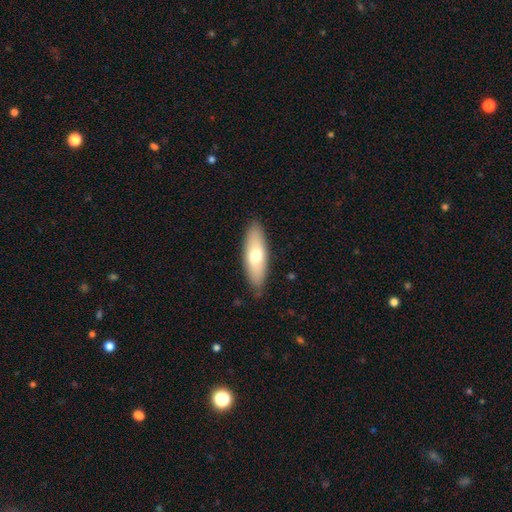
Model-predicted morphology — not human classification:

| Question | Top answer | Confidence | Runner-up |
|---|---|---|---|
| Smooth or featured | smooth | 66% | featured or disk (28%) |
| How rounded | in between | 59% | cigar-shaped (39%) |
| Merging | none | 85% | minor disturbance (12%) |